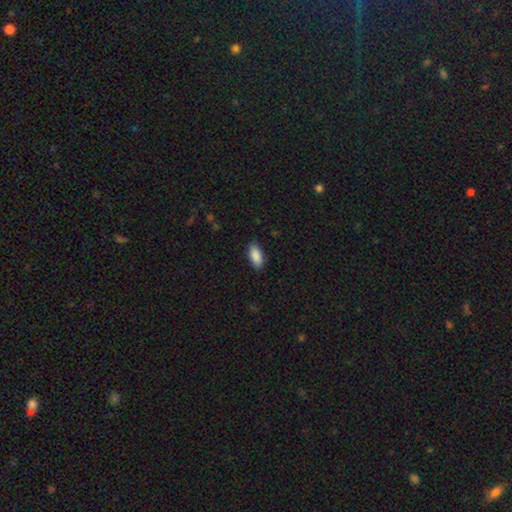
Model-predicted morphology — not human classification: The model was most divided on "merging": none: 88%, minor disturbance: 9%, major disturbance: 2%, merger: 1%. More confident: smooth or featured — smooth (90%); how rounded — in between (90%).